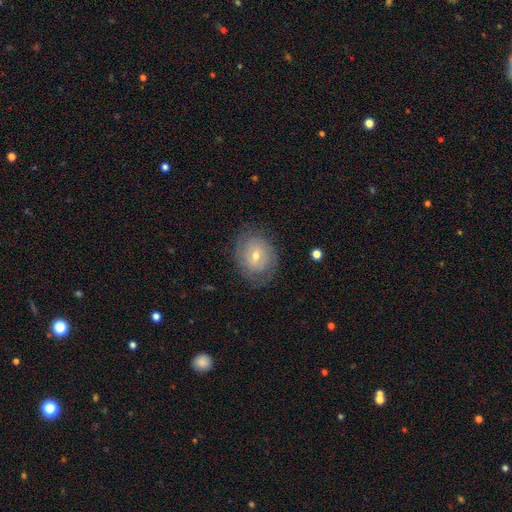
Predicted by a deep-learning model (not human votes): Q: Smooth or featured?
A: featured or disk (52%); runner-up: smooth (40%)
Q: Edge-on disk?
A: no (95%); runner-up: yes (5%)
Q: Merging?
A: none (76%); runner-up: minor disturbance (16%)